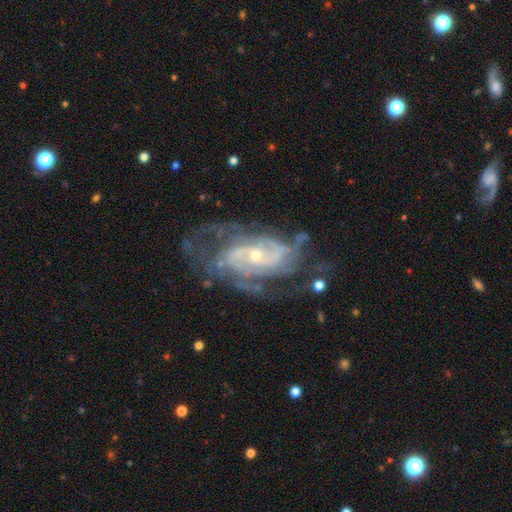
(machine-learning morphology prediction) Smooth or featured: featured or disk — 88% (star or artifact — 6%)
Edge-on disk: no — 96% (yes — 4%)
Bar: no — 61% (weak — 29%)
Spiral arms: yes — 95% (no — 5%)
Spiral winding: tight — 54% (medium — 37%)
Spiral arm count: 2 — 38% (can't tell — 28%)
Bulge size: small — 69% (moderate — 27%)
Merging: none — 61% (minor disturbance — 21%)